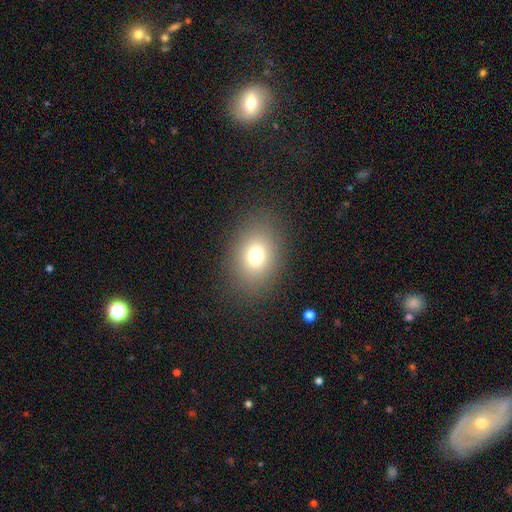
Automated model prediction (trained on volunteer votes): Smooth or featured? smooth (73%)
How rounded? in between (61%)
Merging? none (86%)